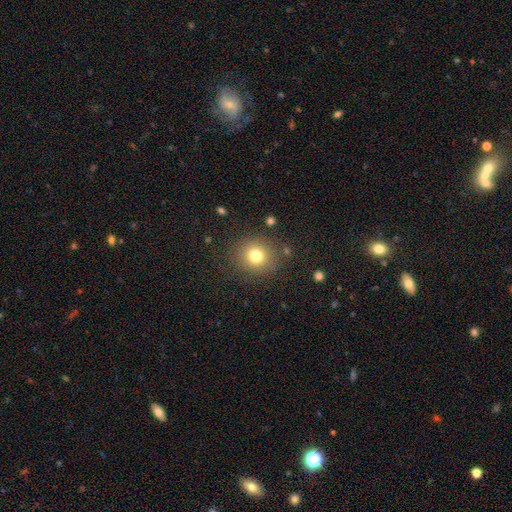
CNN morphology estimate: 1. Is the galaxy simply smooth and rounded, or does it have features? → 77% smooth, 14% star or artifact, 10% featured or disk.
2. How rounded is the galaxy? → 87% round, 13% in between, 1% cigar-shaped.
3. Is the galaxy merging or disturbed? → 85% none, 9% minor disturbance, 4% major disturbance, 2% merger.